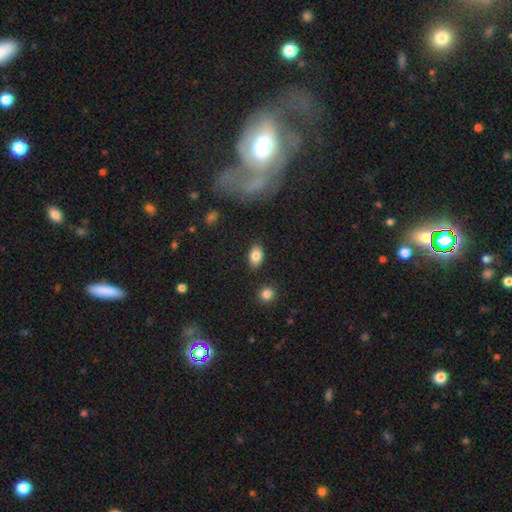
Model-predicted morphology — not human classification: smooth-or-featured: smooth: 86% | star or artifact: 8% | featured or disk: 6%
  how-rounded: in between: 89% | round: 9% | cigar-shaped: 2%
  merging: none: 86% | minor disturbance: 9% | major disturbance: 2% | merger: 2%